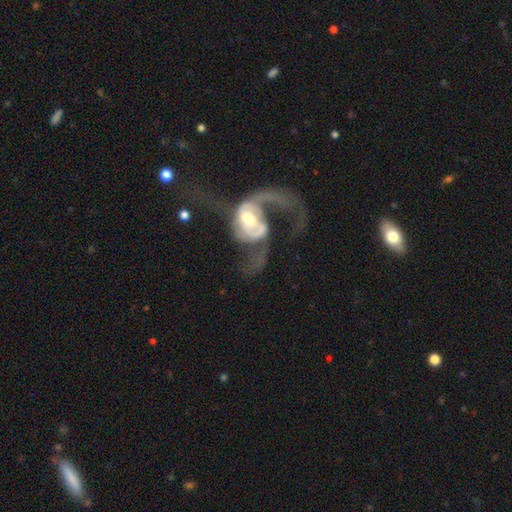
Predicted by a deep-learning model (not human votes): A featured or disk galaxy (80%) with no bar (57%), 2 (49%) loose (66%) spiral arms (83%) and a moderate central bulge (54%). Merging: major disturbance (51%).